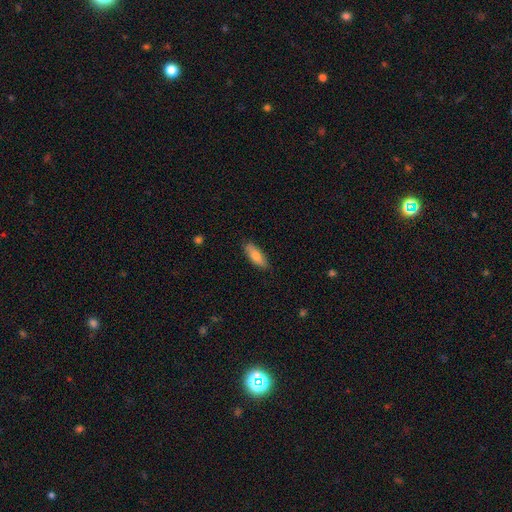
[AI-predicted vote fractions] smooth 77%, featured or disk 17%, star or artifact 6%. Down the decision tree: how rounded — in between (64%); merging — none (85%).